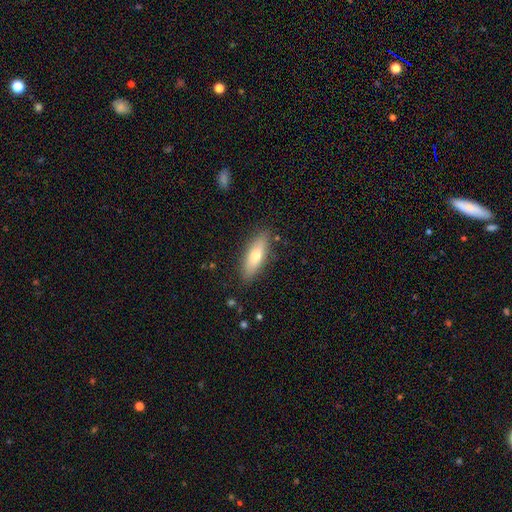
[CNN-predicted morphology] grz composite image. It shows a smooth galaxy with no disk features (67%) that is in between round and cigar-shaped (57%). Merging: none (86%).